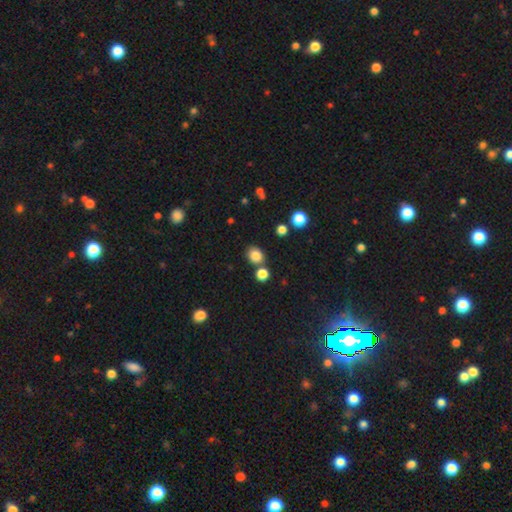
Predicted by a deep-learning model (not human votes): A smooth galaxy with no disk features (83%) that is round (68%). Merging: none (74%).